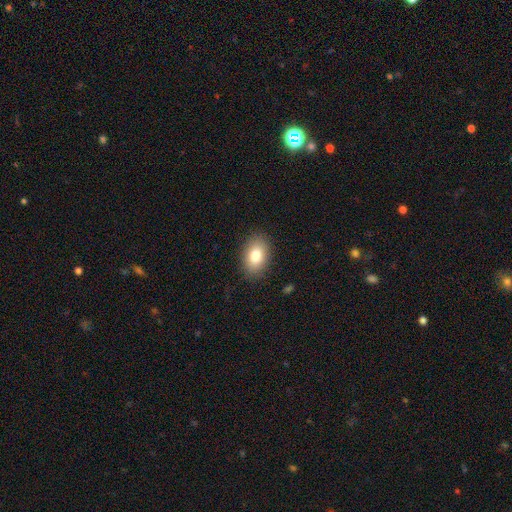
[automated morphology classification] Q: Smooth or featured?
A: smooth (82%); runner-up: featured or disk (10%)
Q: How rounded?
A: in between (85%); runner-up: round (14%)
Q: Merging?
A: none (87%); runner-up: minor disturbance (9%)